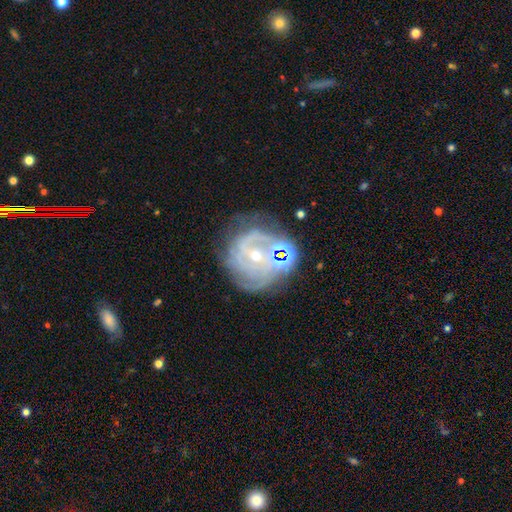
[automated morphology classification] This appears to be a featured or disk galaxy (82%) with no bar (59%), tight (63%) spiral arms (92%) and a small central bulge (69%). Merging: none (62%).